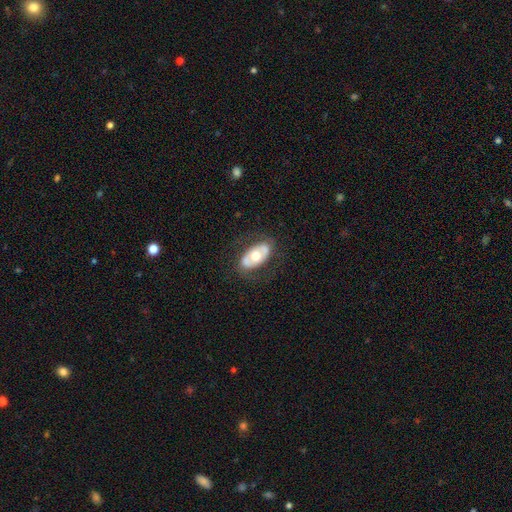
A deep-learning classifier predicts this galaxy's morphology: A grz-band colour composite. It shows a featured or disk galaxy (50%). Merging: none (77%).